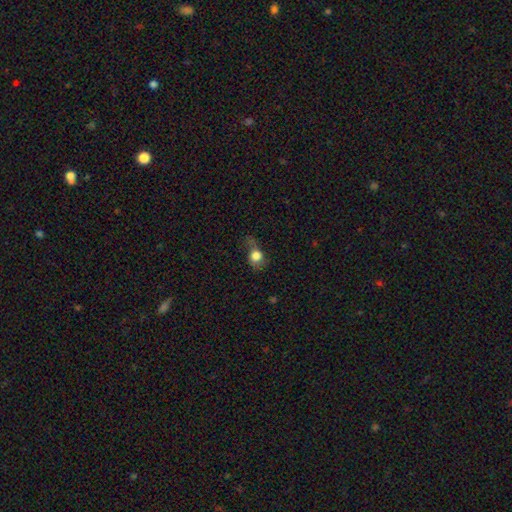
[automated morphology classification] A smooth galaxy with no disk features (75%) that is round (64%). Merging: none (36%).